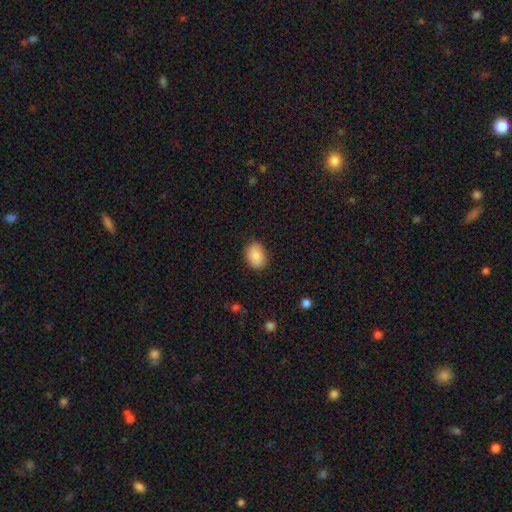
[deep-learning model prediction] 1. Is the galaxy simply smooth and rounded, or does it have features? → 89% smooth, 7% star or artifact, 4% featured or disk.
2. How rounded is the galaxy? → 73% in between, 26% round, 1% cigar-shaped.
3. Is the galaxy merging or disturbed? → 85% none, 11% minor disturbance, 3% major disturbance, 1% merger.